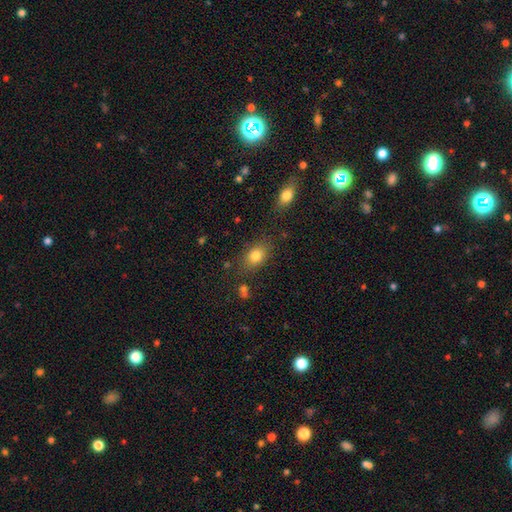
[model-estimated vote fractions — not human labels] Smooth or featured? Predicted: smooth (p=0.81). How rounded? Predicted: in between (p=0.73). Merging? Predicted: none (p=0.78).